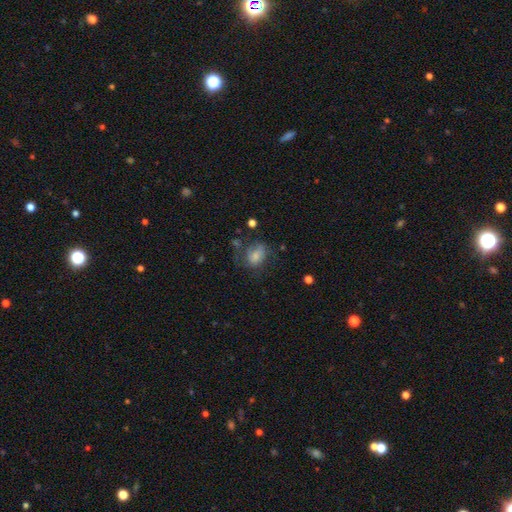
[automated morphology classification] A smooth galaxy with no disk features (63%) that is in between round and cigar-shaped (63%).

Vote fractions:
- Smooth or featured? smooth: 63% / featured or disk: 27% / star or artifact: 10%
- How rounded? in between: 63% / round: 36% / cigar-shaped: 1%
- Merging? none: 44% / minor disturbance: 27% / major disturbance: 24% / merger: 5%